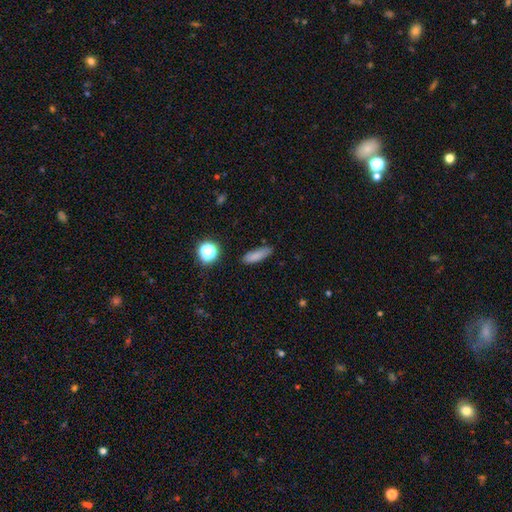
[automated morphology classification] smooth-or-featured: smooth: 81% | star or artifact: 12% | featured or disk: 8%
  how-rounded: cigar-shaped: 57% | in between: 39% | round: 4%
  merging: none: 83% | minor disturbance: 12% | major disturbance: 3% | merger: 2%